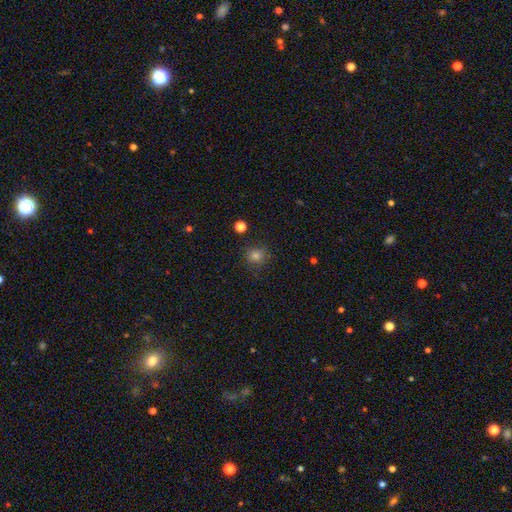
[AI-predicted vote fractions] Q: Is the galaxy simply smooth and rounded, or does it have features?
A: smooth — 75%.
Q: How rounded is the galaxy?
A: round — 88%.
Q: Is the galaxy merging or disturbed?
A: none — 85%.